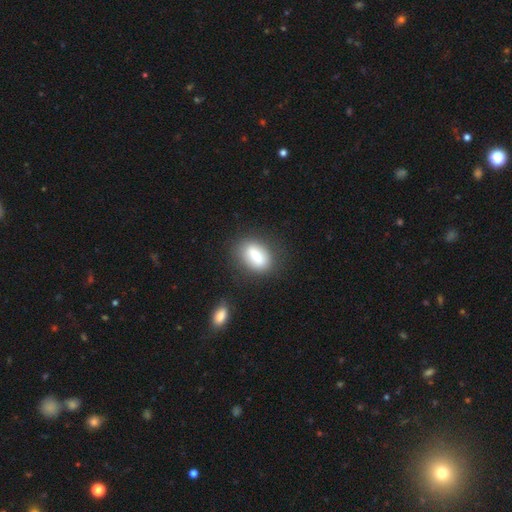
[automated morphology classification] type=smooth (66%); roundness=in between (77%); merging=none (80%).